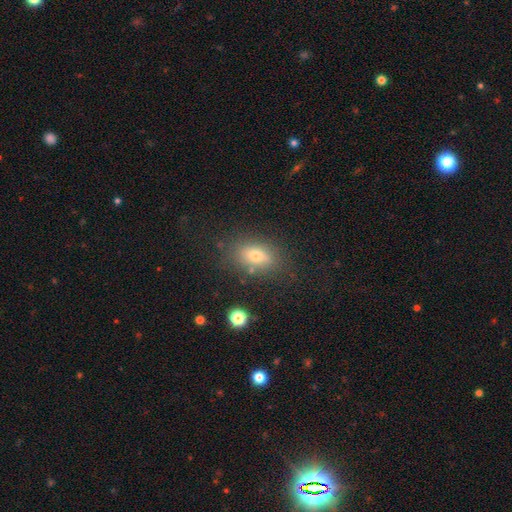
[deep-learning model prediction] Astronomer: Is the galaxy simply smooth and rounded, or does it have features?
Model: smooth — 68%.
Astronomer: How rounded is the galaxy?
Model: in between — 76%.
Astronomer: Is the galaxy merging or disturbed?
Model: none — 78%.